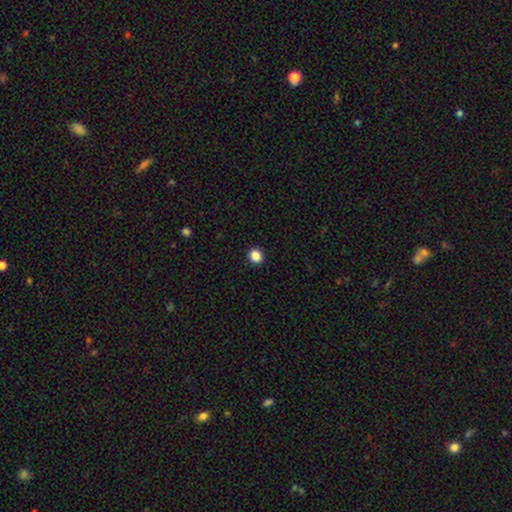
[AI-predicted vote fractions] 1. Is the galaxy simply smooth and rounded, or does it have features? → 87% smooth, 10% star or artifact, 3% featured or disk.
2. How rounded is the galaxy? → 80% round, 19% in between, 1% cigar-shaped.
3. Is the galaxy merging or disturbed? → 92% none, 5% minor disturbance, 2% major disturbance, 1% merger.